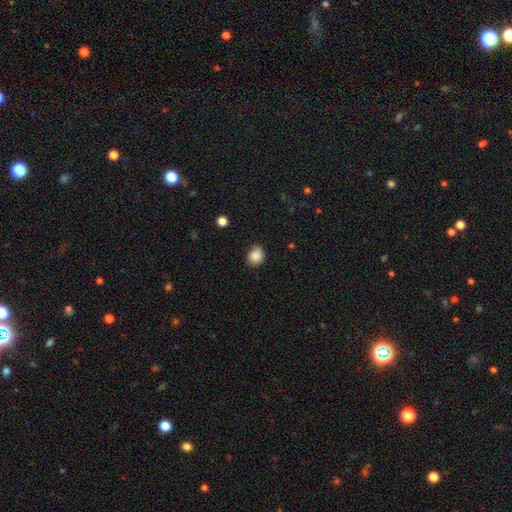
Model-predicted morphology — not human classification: This appears to be a smooth galaxy with no disk features (87%) that is round (72%). Merging: none (75%).